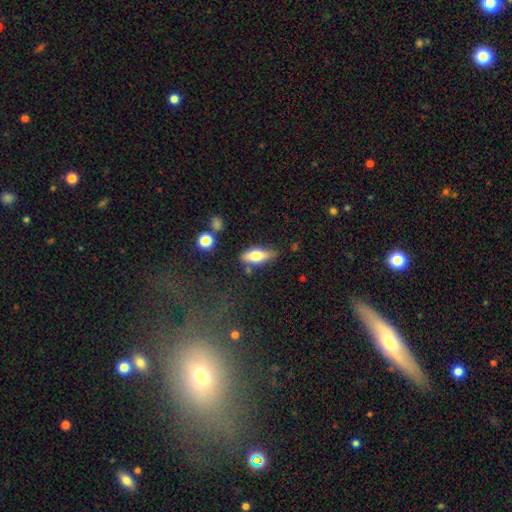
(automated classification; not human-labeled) A smooth galaxy with no disk features (63%) that is in between round and cigar-shaped (73%). Merging: none (74%).